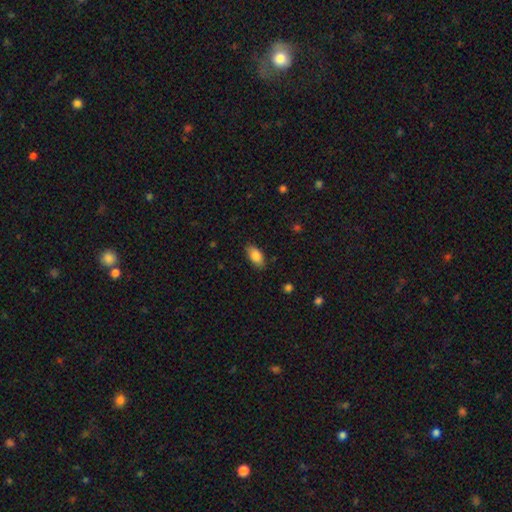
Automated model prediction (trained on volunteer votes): A smooth galaxy with no disk features (85%) that is in between round and cigar-shaped (91%). Merging: none (83%).